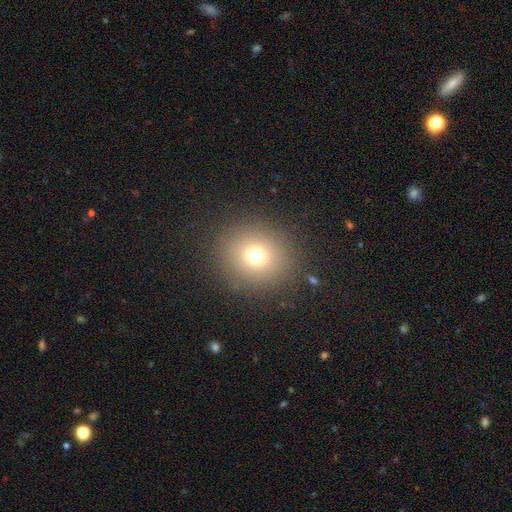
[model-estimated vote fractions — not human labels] Overall: smooth (70%). How rounded: round (87%). Merging: none (87%).